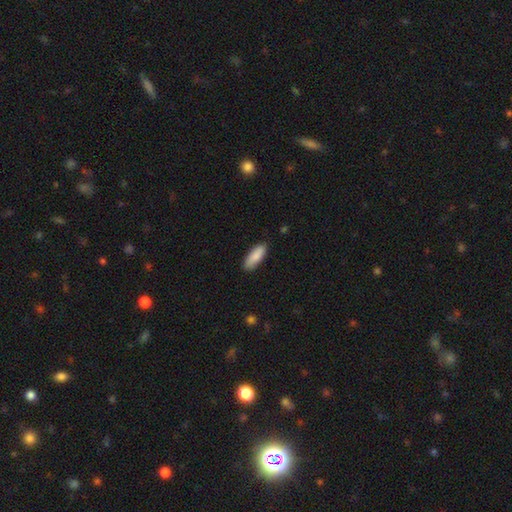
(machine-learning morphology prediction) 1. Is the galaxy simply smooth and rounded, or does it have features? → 86% smooth, 8% featured or disk, 6% star or artifact.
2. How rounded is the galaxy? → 69% in between, 29% cigar-shaped, 2% round.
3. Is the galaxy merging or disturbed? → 84% none, 13% minor disturbance, 2% major disturbance, 1% merger.